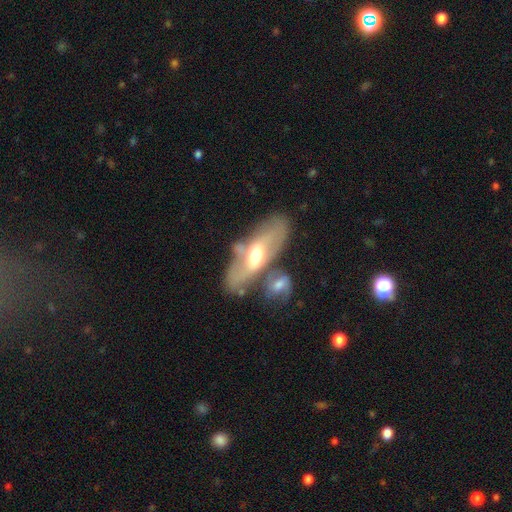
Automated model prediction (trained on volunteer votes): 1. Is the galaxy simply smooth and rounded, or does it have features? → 59% featured or disk, 35% smooth, 6% star or artifact.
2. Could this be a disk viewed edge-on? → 75% no, 25% yes.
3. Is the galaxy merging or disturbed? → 41% none, 32% merger, 17% minor disturbance, 10% major disturbance.